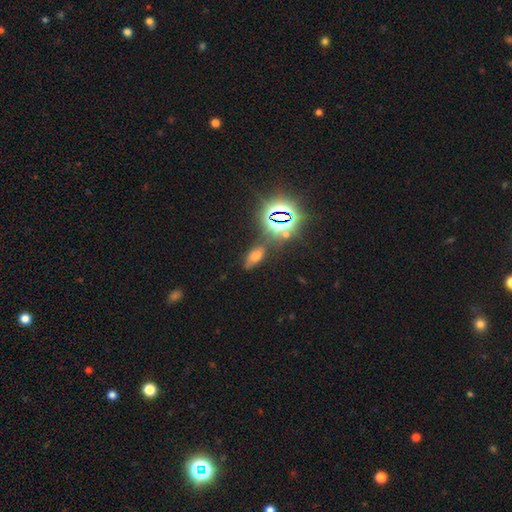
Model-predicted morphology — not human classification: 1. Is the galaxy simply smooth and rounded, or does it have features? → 47% smooth, 40% star or artifact, 13% featured or disk.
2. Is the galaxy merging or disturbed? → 72% none, 15% minor disturbance, 7% merger, 6% major disturbance.